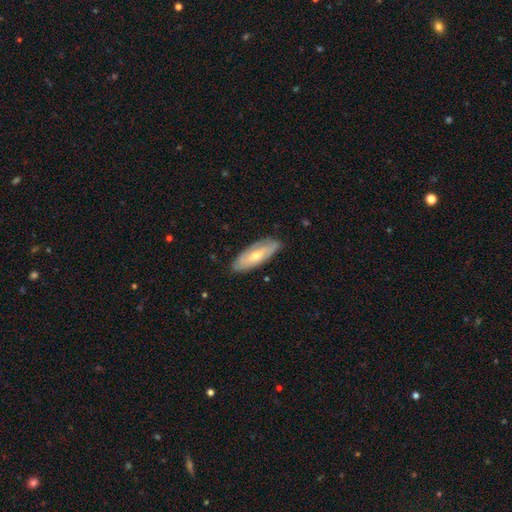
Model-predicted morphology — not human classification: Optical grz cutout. It shows a featured or disk galaxy (50%). Merging: none (83%).